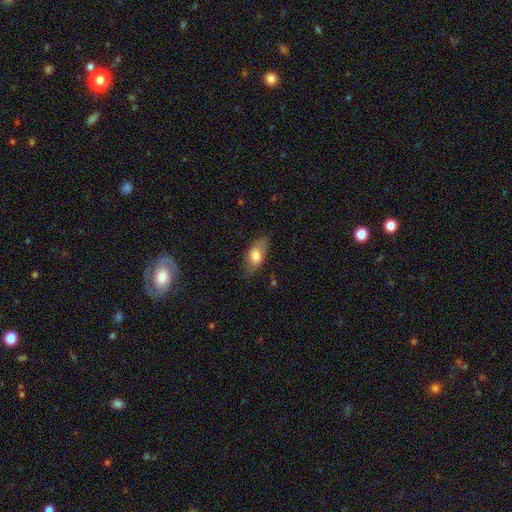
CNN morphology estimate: smooth_or_featured: smooth (p=0.73) [alt: featured or disk p=0.20]
how_rounded: in between (p=0.87) [alt: cigar-shaped p=0.08]
merging: none (p=0.76) [alt: minor disturbance p=0.19]